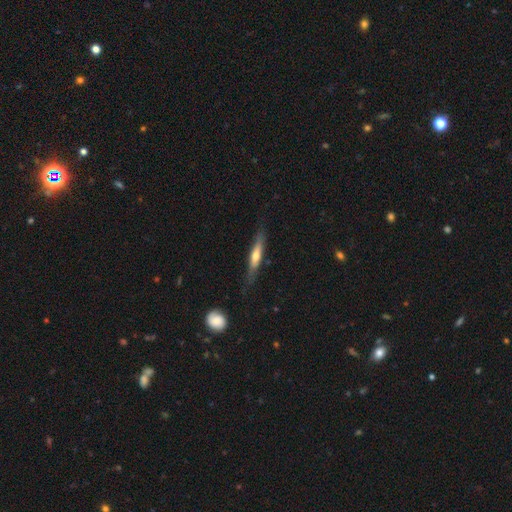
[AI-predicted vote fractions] Smooth or featured? Predicted: smooth (p=0.48). Merging? Predicted: none (p=0.74).